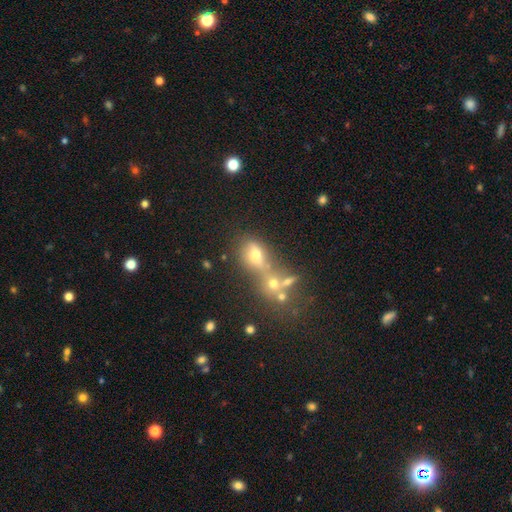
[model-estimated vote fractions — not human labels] Smooth or featured?
  - smooth: 48% *
  - star or artifact: 27%
  - featured or disk: 25%
Merging?
  - merger: 51% *
  - none: 30%
  - minor disturbance: 9%
  - major disturbance: 9%